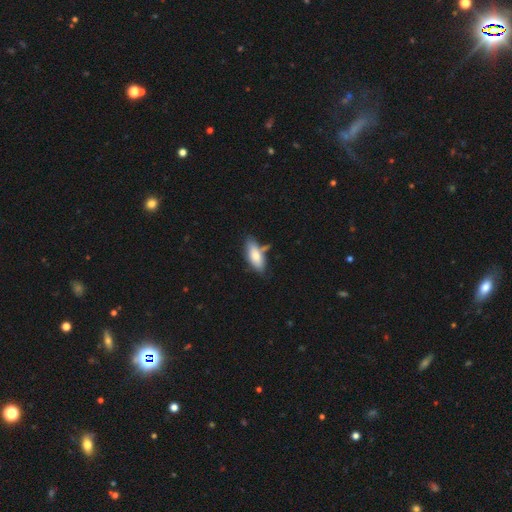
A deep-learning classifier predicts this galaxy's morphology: smooth-or-featured: smooth: 76% | featured or disk: 18% | star or artifact: 6%
  how-rounded: in between: 77% | cigar-shaped: 20% | round: 2%
  merging: none: 64% | minor disturbance: 20% | merger: 12% | major disturbance: 4%